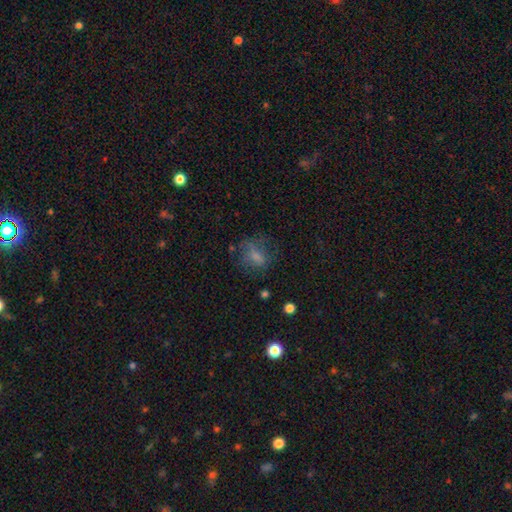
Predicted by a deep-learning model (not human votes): smooth-or-featured: smooth: 63% | featured or disk: 23% | star or artifact: 14%
  how-rounded: in between: 63% | round: 32% | cigar-shaped: 6%
  merging: none: 50% | major disturbance: 25% | minor disturbance: 23% | merger: 3%